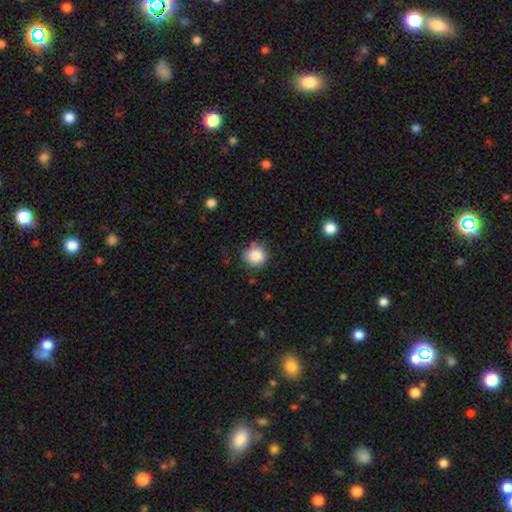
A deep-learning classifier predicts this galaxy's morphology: Q: Smooth or featured?
A: smooth (85%); runner-up: star or artifact (10%)
Q: How rounded?
A: round (88%); runner-up: in between (11%)
Q: Merging?
A: none (79%); runner-up: minor disturbance (15%)